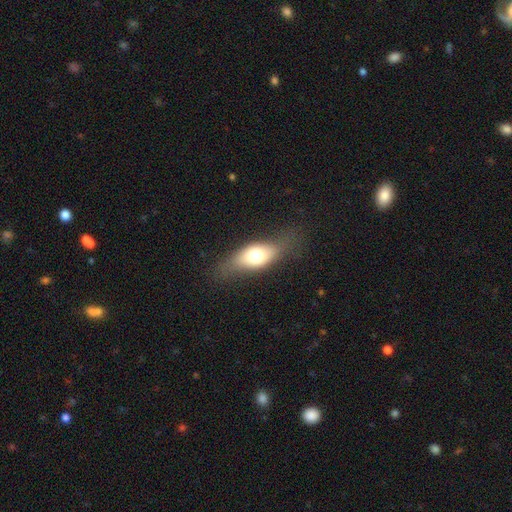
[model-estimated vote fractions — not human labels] Q: Smooth or featured?
A: smooth (62%); runner-up: featured or disk (30%)
Q: How rounded?
A: in between (77%); runner-up: cigar-shaped (16%)
Q: Merging?
A: none (65%); runner-up: minor disturbance (22%)